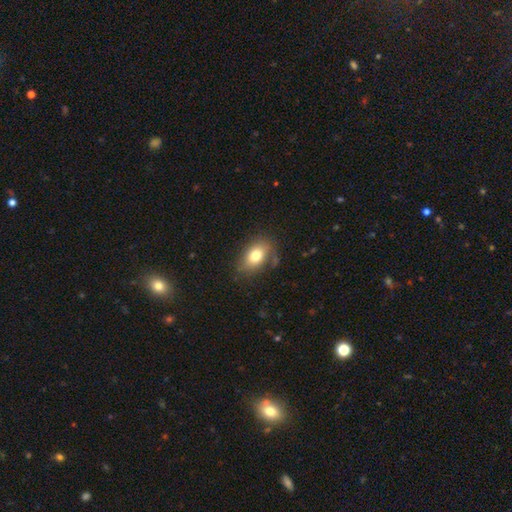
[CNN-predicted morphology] smooth_or_featured: smooth (p=0.76) [alt: featured or disk p=0.15]
how_rounded: in between (p=0.83) [alt: round p=0.15]
merging: none (p=0.73) [alt: minor disturbance p=0.18]